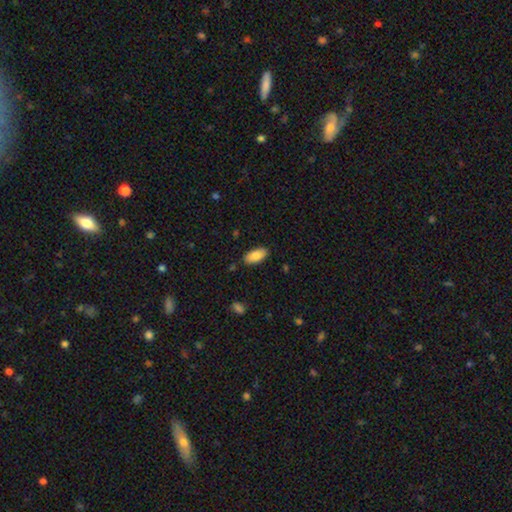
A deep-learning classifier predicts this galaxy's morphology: smooth 84%, featured or disk 9%, star or artifact 6%. Down the decision tree: how rounded — in between (92%); merging — none (87%).